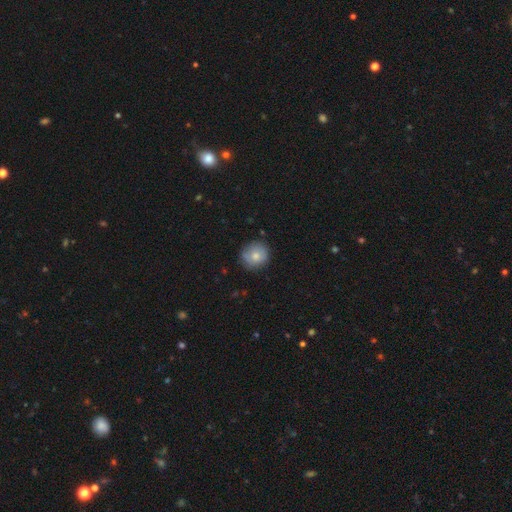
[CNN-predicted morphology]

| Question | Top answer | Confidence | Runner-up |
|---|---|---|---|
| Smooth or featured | smooth | 74% | featured or disk (18%) |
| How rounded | round | 91% | in between (9%) |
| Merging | none | 78% | minor disturbance (17%) |